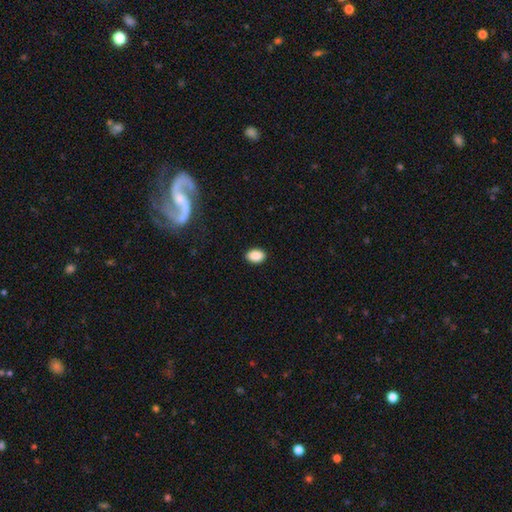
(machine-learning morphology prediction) Smooth or featured?
  - smooth: 89% *
  - star or artifact: 8%
  - featured or disk: 3%
How rounded?
  - in between: 81% *
  - round: 17%
  - cigar-shaped: 1%
Merging?
  - none: 89% *
  - minor disturbance: 8%
  - major disturbance: 2%
  - merger: 1%